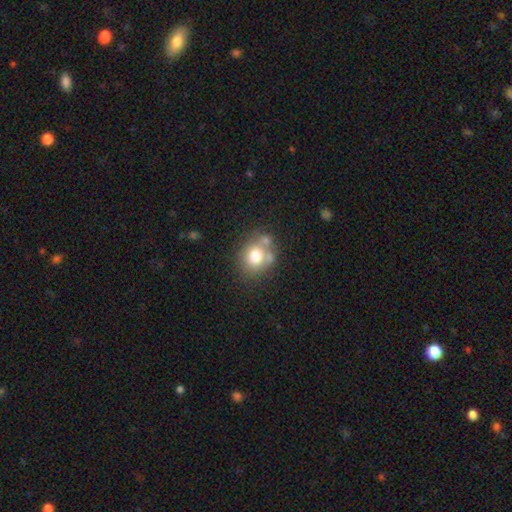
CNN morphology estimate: A smooth galaxy with no disk features (73%) that is round (72%).

Vote fractions:
- Smooth or featured? smooth: 73% / featured or disk: 16% / star or artifact: 11%
- How rounded? round: 72% / in between: 28% / cigar-shaped: 1%
- Merging? none: 54% / merger: 25% / minor disturbance: 15% / major disturbance: 6%